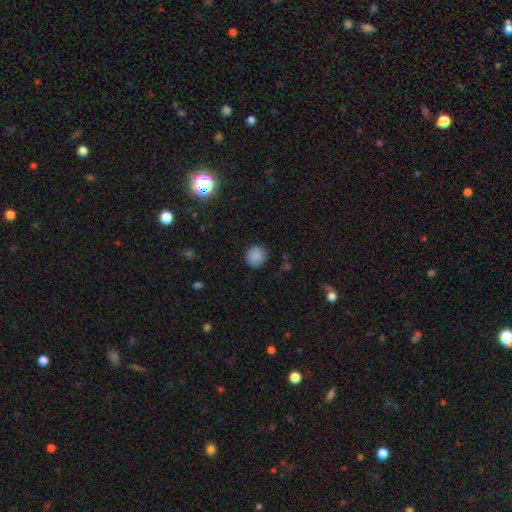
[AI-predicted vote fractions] Morphology: type=smooth (86%); roundness=round (89%); merging=none (84%).